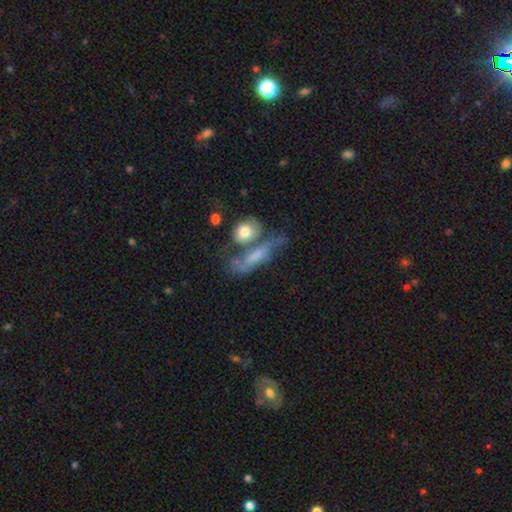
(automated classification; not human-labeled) Smooth or featured? smooth (52%)
How rounded? in between (46%)
Merging? merger (33%)